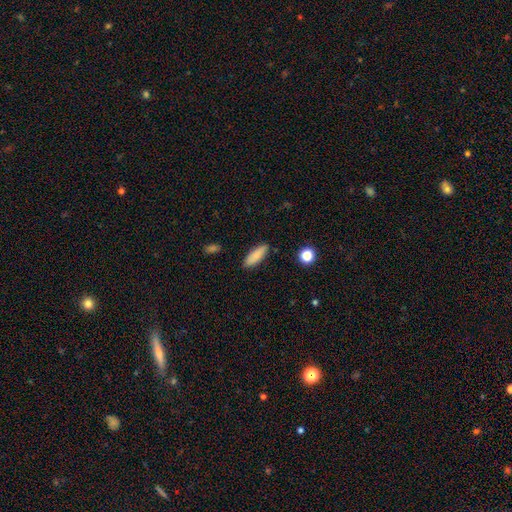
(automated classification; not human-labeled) The model was most divided on "how rounded": in between: 56%, cigar-shaped: 42%, round: 2%. More confident: merging — none (87%); smooth or featured — smooth (85%).